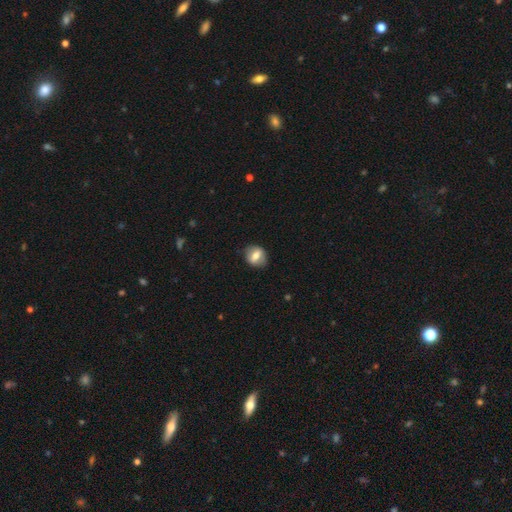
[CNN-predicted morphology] A smooth galaxy with no disk features (57%) that is round (58%).

Vote fractions:
- Smooth or featured? smooth: 57% / featured or disk: 35% / star or artifact: 8%
- How rounded? round: 58% / in between: 40% / cigar-shaped: 2%
- Merging? none: 83% / minor disturbance: 12% / major disturbance: 4% / merger: 1%